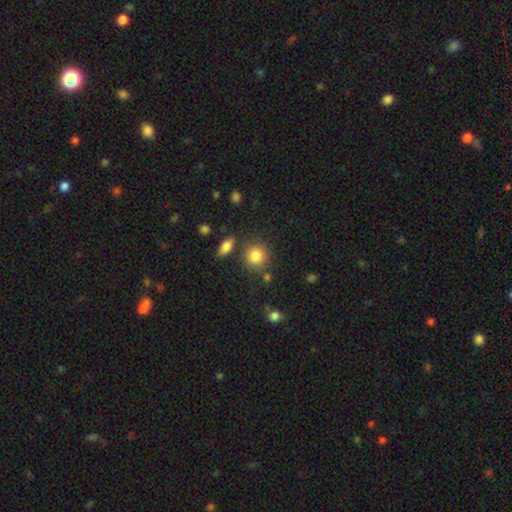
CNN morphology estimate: Overall: smooth (85%). How rounded: round (86%). Merging: none (78%).